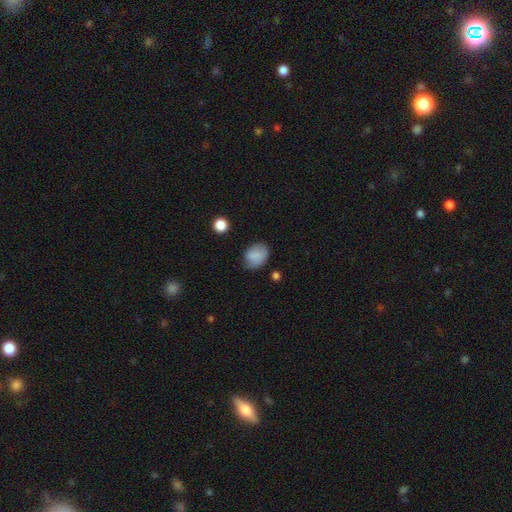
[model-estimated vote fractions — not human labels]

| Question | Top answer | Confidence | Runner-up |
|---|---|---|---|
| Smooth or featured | smooth | 82% | featured or disk (9%) |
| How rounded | in between | 62% | round (37%) |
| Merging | none | 68% | minor disturbance (24%) |